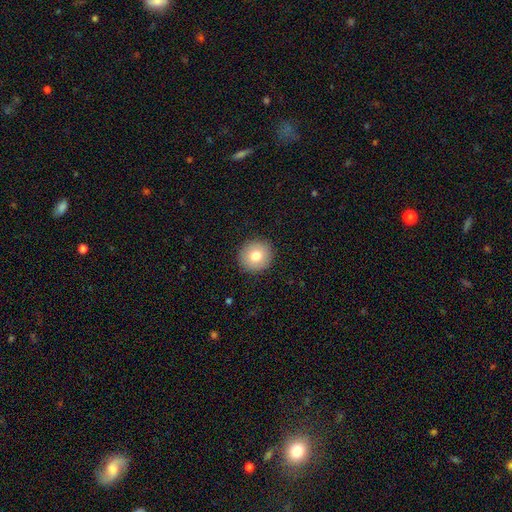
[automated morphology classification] This is likely a smooth galaxy (78%). How rounded: clearly round (92%). Merging: clearly none (92%).